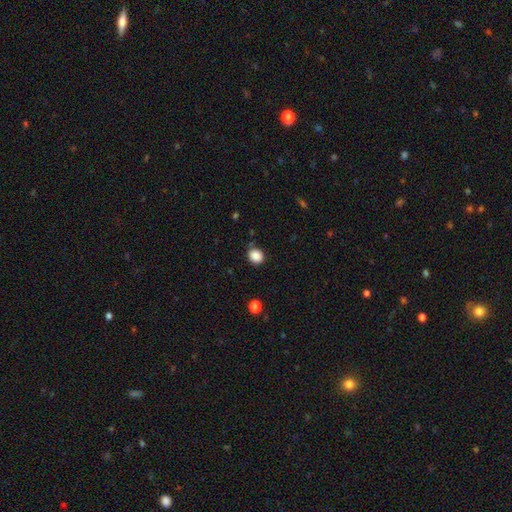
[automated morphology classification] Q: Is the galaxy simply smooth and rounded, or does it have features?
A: smooth — 87%.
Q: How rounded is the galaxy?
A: round — 70%.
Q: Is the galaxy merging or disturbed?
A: none — 83%.